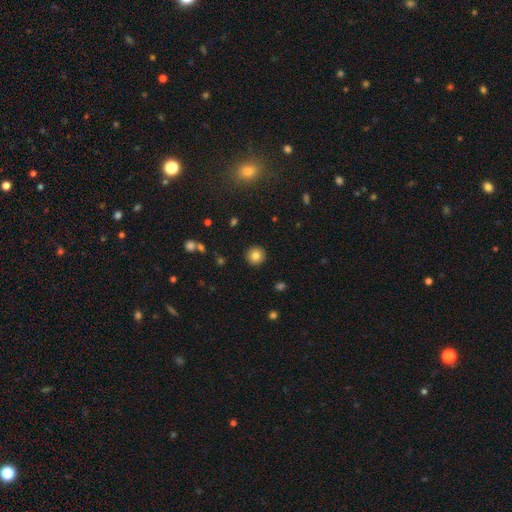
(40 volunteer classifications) Smooth or featured?
  - smooth: 88% *
  - star or artifact: 8%
  - featured or disk: 5%
How rounded?
  - round: 97% *
  - in between: 3%
  - cigar-shaped: 0%
Merging?
  - none: 92% *
  - minor disturbance: 5%
  - major disturbance: 3%
  - merger: 0%